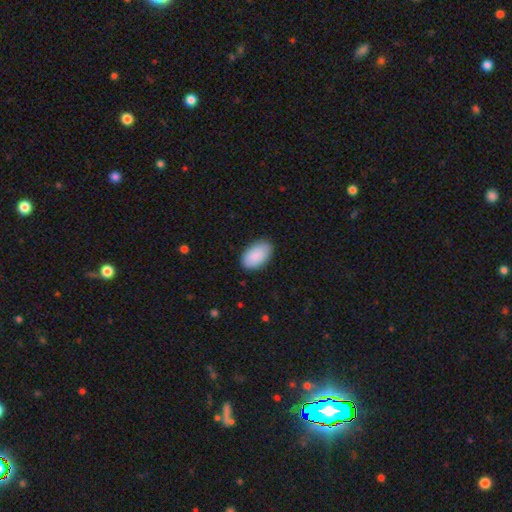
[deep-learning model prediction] Morphology: type=smooth (91%); roundness=in between (95%); merging=none (86%).